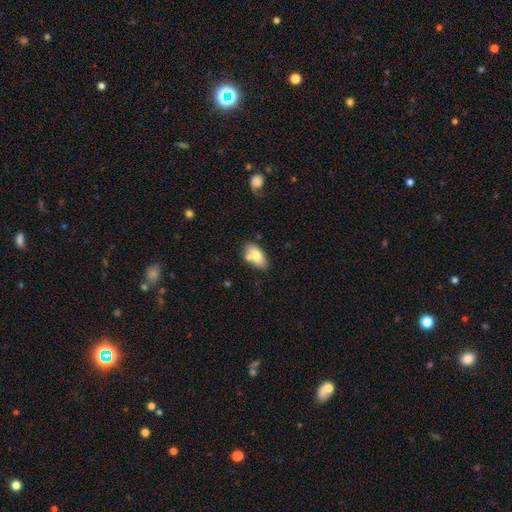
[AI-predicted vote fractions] Overall: smooth (75%). How rounded: in between (91%). Merging: none (63%).